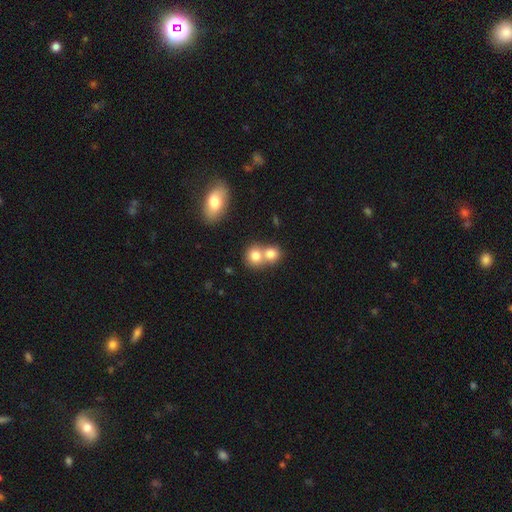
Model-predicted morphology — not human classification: type=smooth (78%); roundness=round (77%); merging=merger (59%).